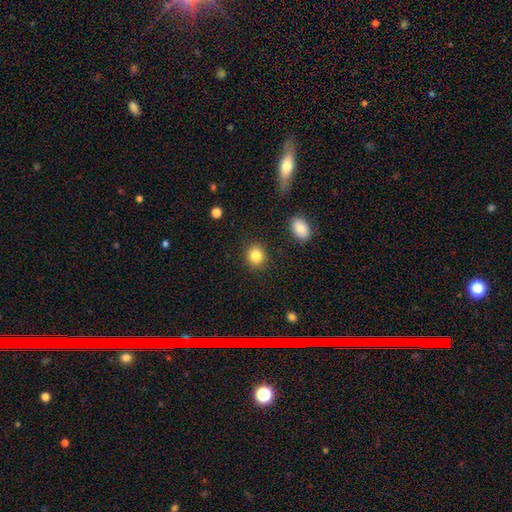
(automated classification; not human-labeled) Q: Smooth or featured?
A: smooth (84%); runner-up: star or artifact (10%)
Q: How rounded?
A: round (78%); runner-up: in between (21%)
Q: Merging?
A: none (89%); runner-up: minor disturbance (7%)